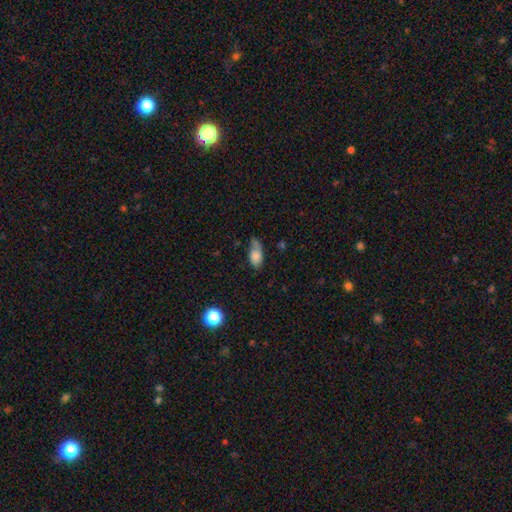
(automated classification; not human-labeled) smooth-or-featured: smooth: 73% | featured or disk: 18% | star or artifact: 9%
  how-rounded: in between: 88% | cigar-shaped: 6% | round: 6%
  merging: none: 41% | minor disturbance: 37% | major disturbance: 17% | merger: 5%